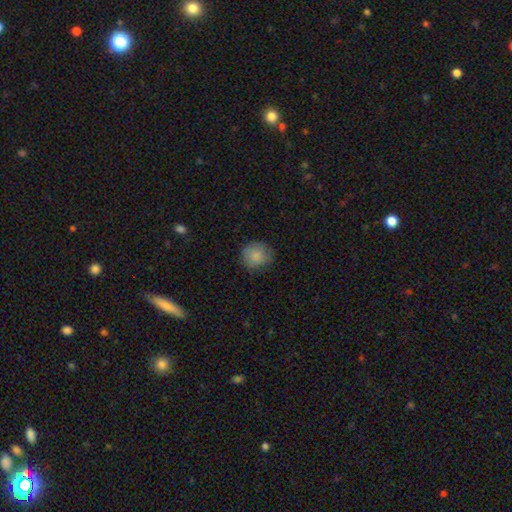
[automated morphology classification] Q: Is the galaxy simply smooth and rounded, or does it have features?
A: smooth — 86%.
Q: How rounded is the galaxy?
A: round — 87%.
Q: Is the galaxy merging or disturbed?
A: none — 80%.